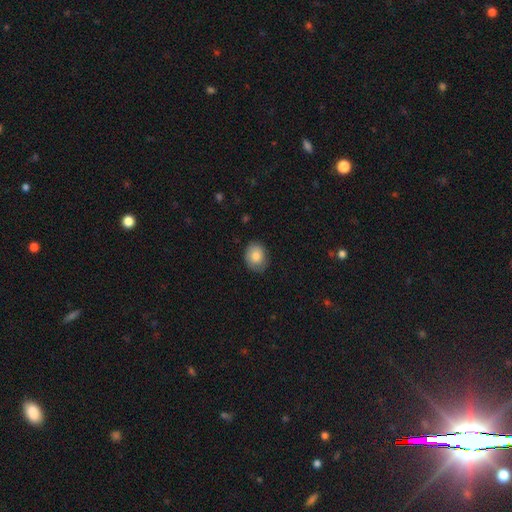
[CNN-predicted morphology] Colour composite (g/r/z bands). It shows a smooth galaxy with no disk features (83%) that is in between round and cigar-shaped (59%). Merging: none (79%).